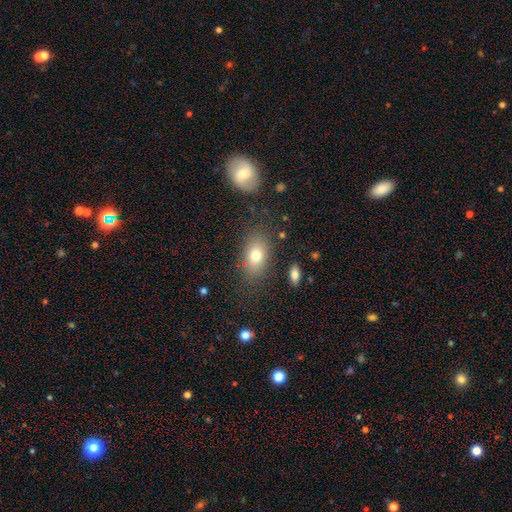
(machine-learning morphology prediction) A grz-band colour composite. It shows a smooth galaxy with no disk features (76%) that is in between round and cigar-shaped (84%). Merging: none (80%).